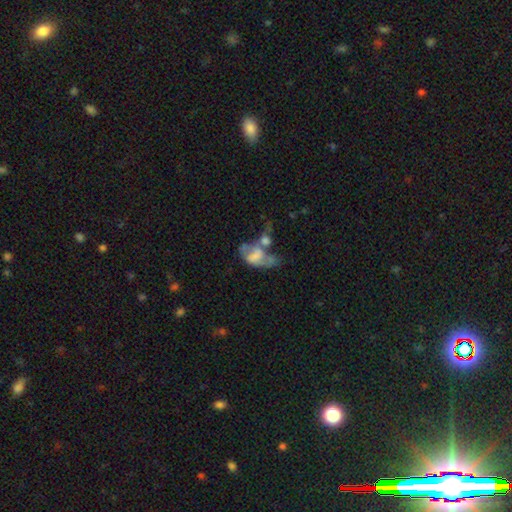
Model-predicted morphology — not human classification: Smooth or featured: featured or disk — 48% (smooth — 42%)
Merging: merger — 52% (major disturbance — 26%)